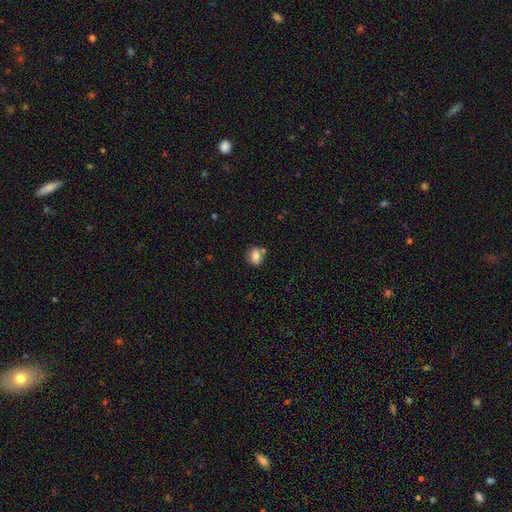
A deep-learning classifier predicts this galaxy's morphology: Smooth or featured? smooth (78%)
How rounded? round (59%)
Merging? none (68%)